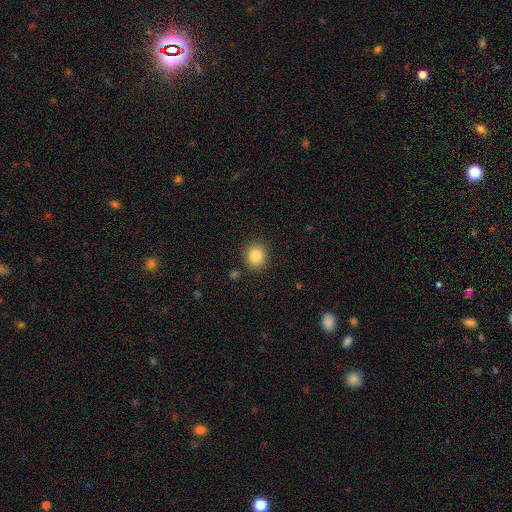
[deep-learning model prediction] This is clearly a smooth galaxy (85%). How rounded: clearly round (80%). Merging: clearly none (88%).